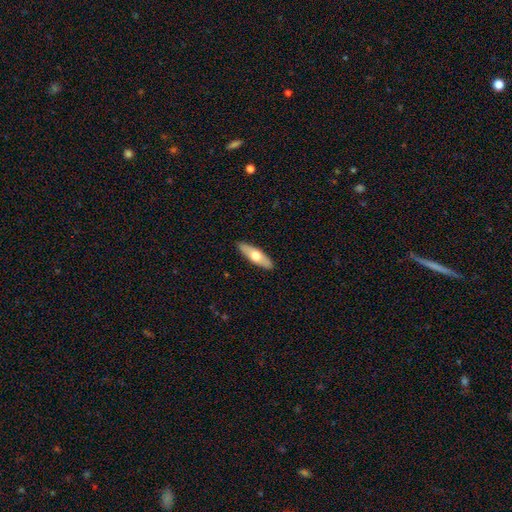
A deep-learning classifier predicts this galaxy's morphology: A smooth galaxy with no disk features (59%) that is in between round and cigar-shaped (50%). Merging: none (90%).